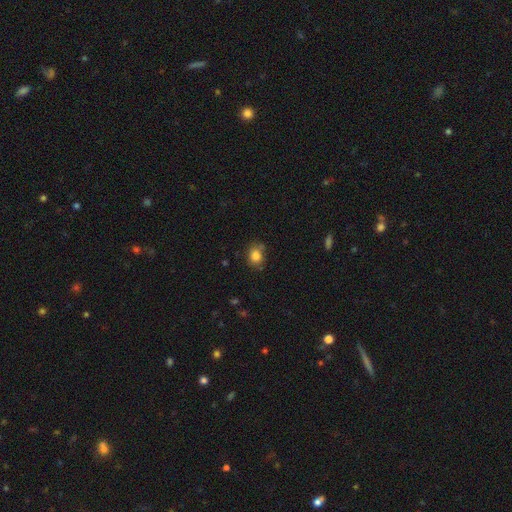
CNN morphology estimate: This is clearly a smooth galaxy (82%). How rounded: likely round (66%). Merging: likely none (75%).